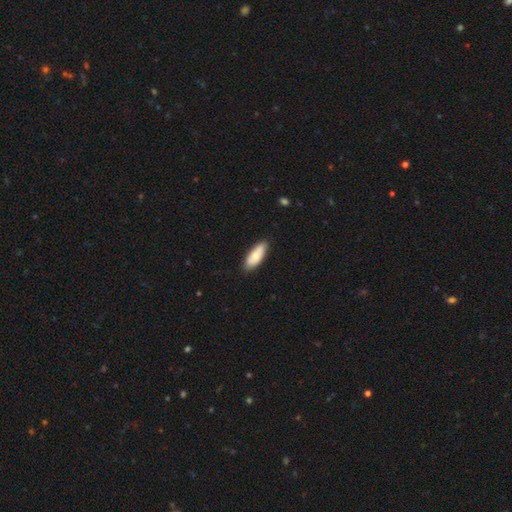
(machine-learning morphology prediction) Smooth or featured?
  - smooth: 71% *
  - featured or disk: 23%
  - star or artifact: 6%
How rounded?
  - in between: 76% *
  - cigar-shaped: 22%
  - round: 2%
Merging?
  - none: 84% *
  - minor disturbance: 13%
  - major disturbance: 2%
  - merger: 1%